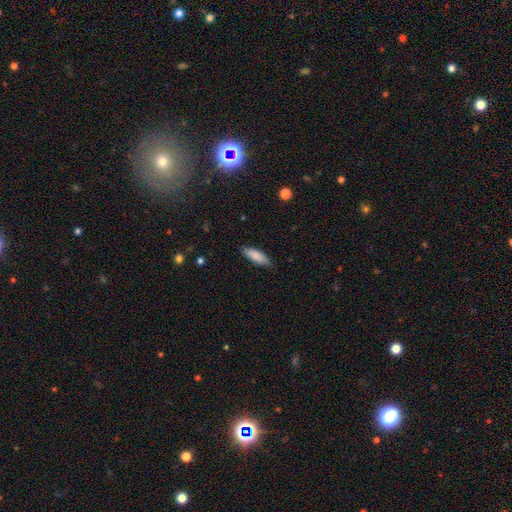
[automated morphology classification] smooth 86%, featured or disk 8%, star or artifact 6%. Down the decision tree: how rounded — in between (62%); merging — none (84%).